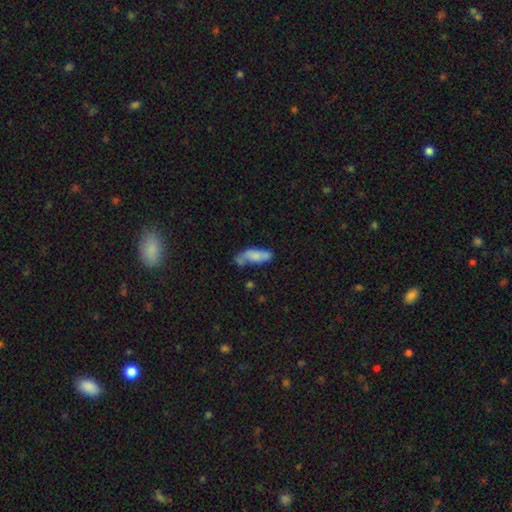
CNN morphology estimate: This is likely a smooth galaxy (71%). How rounded: likely in between (62%). Merging: marginally none (40%).